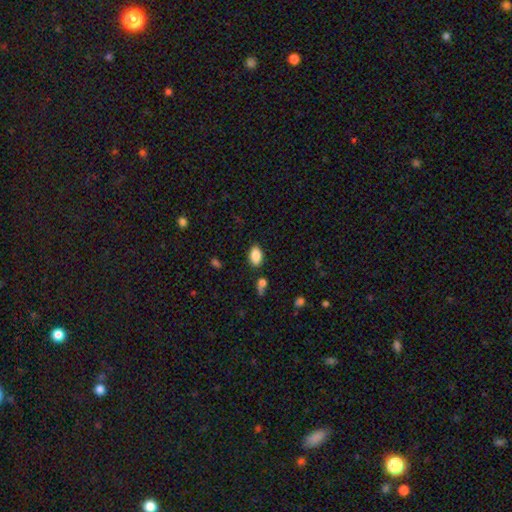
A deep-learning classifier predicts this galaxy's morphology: This is clearly a smooth galaxy (87%). How rounded: clearly in between (91%). Merging: clearly none (82%).